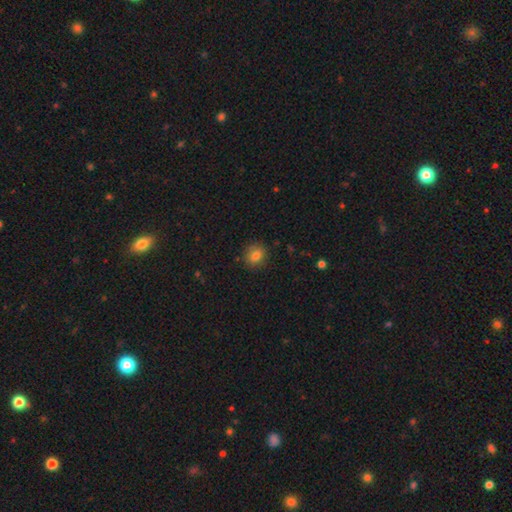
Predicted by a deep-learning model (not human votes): Smooth or featured?
  - smooth: 82% *
  - star or artifact: 11%
  - featured or disk: 7%
How rounded?
  - round: 74% *
  - in between: 25%
  - cigar-shaped: 1%
Merging?
  - none: 86% *
  - minor disturbance: 10%
  - major disturbance: 3%
  - merger: 1%